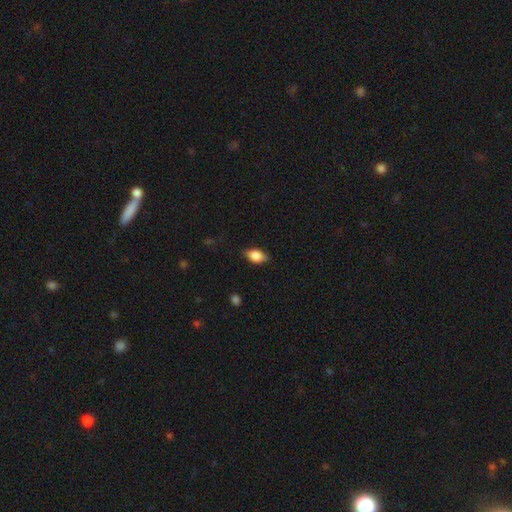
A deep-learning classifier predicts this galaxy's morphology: smooth-or-featured: smooth: 78% | featured or disk: 14% | star or artifact: 8%
  how-rounded: in between: 86% | round: 9% | cigar-shaped: 5%
  merging: none: 81% | minor disturbance: 14% | major disturbance: 3% | merger: 1%